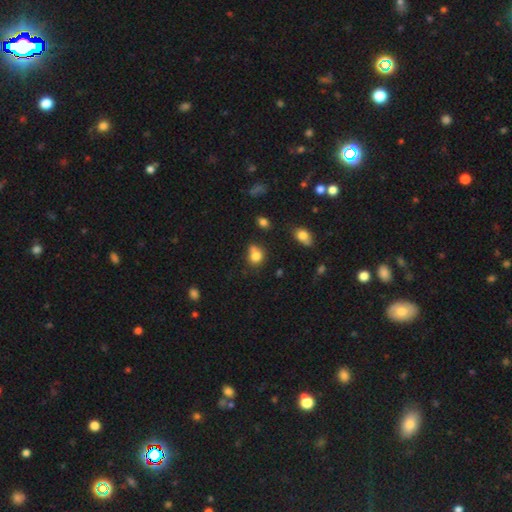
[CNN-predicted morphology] A smooth galaxy with no disk features (78%) that is round (64%). Merging: none (45%).